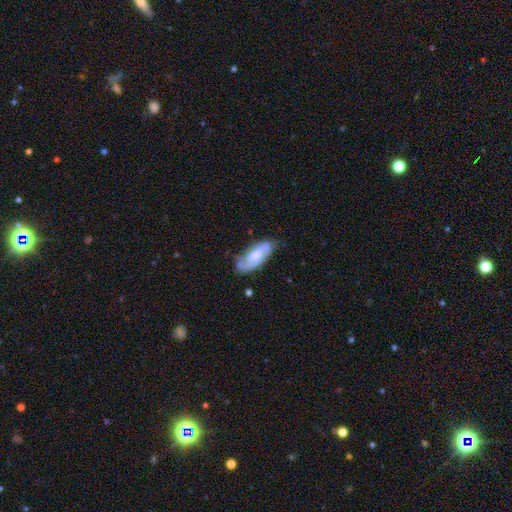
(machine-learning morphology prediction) Smooth or featured?
  - featured or disk: 60% *
  - smooth: 33%
  - star or artifact: 6%
Edge-on disk?
  - no: 89% *
  - yes: 11%
Bar?
  - no: 51% *
  - weak: 39%
  - strong: 10%
Spiral arms?
  - yes: 87% *
  - no: 13%
Bulge size?
  - moderate: 42% *
  - small: 33%
  - none: 15%
  - large: 9%
  - dominant: 2%
Merging?
  - none: 64% *
  - minor disturbance: 26%
  - major disturbance: 8%
  - merger: 2%